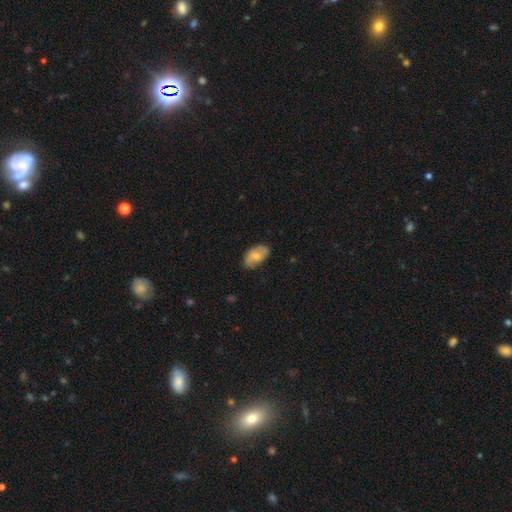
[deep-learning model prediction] The model was most divided on "smooth or featured": smooth: 59%, featured or disk: 35%, star or artifact: 7%. More confident: how rounded — in between (92%); merging — none (71%).